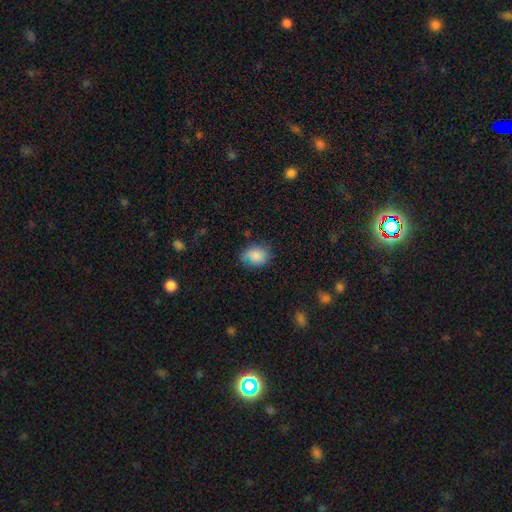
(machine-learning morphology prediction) Overall: smooth (81%). How rounded: in between (54%; round 45%). Merging: none (71%).